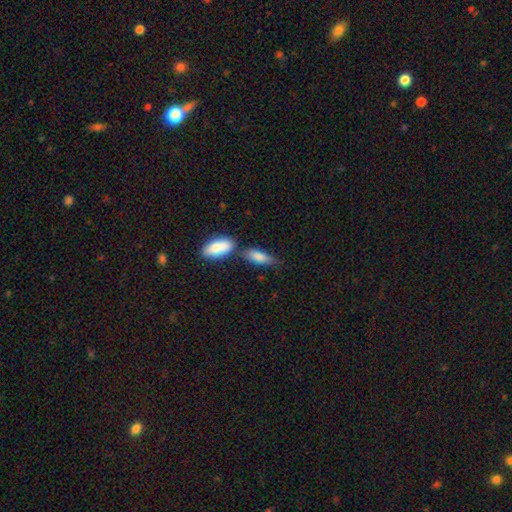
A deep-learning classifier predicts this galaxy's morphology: This is likely a smooth galaxy (78%). How rounded: likely in between (66%). Merging: possibly none (48%).